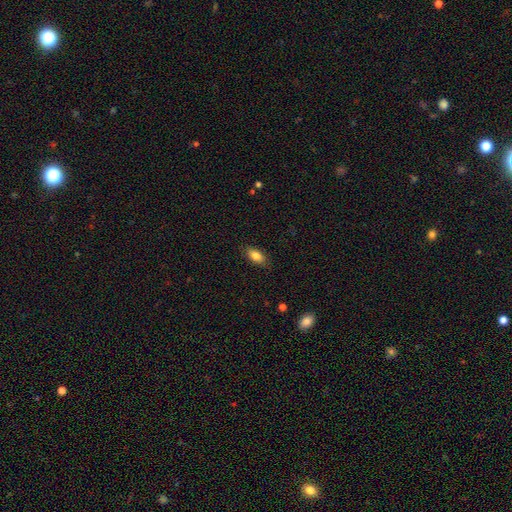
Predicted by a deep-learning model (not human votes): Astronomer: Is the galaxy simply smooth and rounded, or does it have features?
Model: smooth — 84%.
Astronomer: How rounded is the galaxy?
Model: in between — 88%.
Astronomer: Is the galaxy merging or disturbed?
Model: none — 85%.